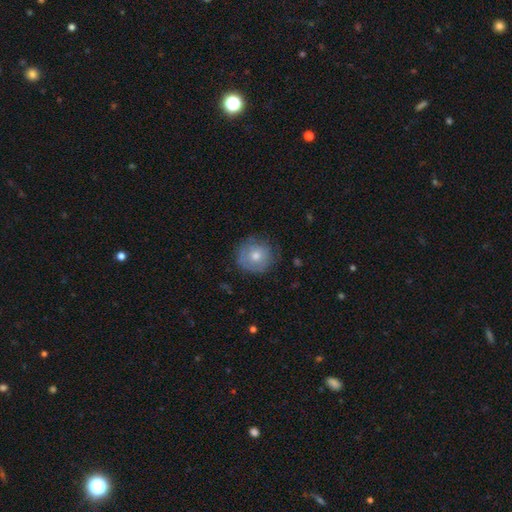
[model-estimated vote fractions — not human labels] smooth_or_featured: smooth (p=0.59) [alt: featured or disk p=0.32]
how_rounded: round (p=0.92) [alt: in between p=0.07]
merging: none (p=0.79) [alt: minor disturbance p=0.16]